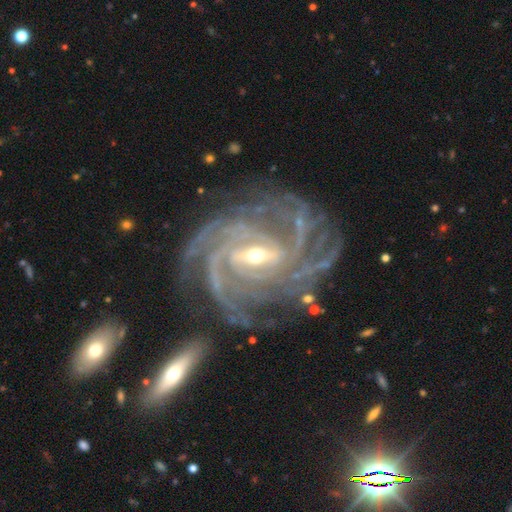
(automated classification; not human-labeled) Smooth or featured? Predicted: featured or disk (p=0.93). Edge-on disk? Predicted: no (p=0.97). Bar? Predicted: strong (p=0.50). Spiral arms? Predicted: yes (p=0.99). Spiral winding? Predicted: tight (p=0.64). Spiral arm count? Predicted: 4 (p=0.39). Bulge size? Predicted: small (p=0.56). Merging? Predicted: none (p=0.66).